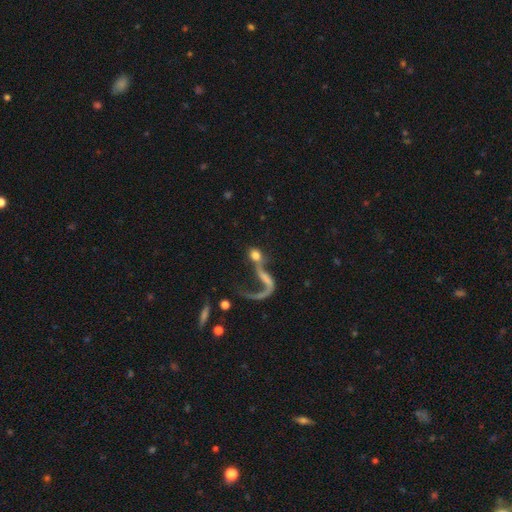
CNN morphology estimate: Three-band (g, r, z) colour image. It shows a smooth galaxy with no disk features (49%). Merging: merger (43%).